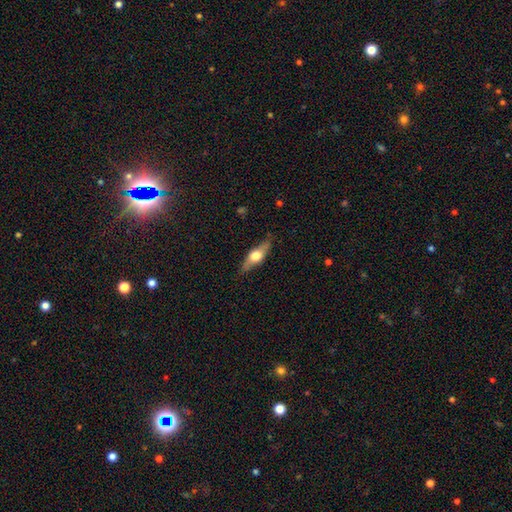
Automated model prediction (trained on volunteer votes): Smooth or featured: featured or disk — 50% (smooth — 44%)
Edge-on disk: yes — 87% (no — 13%)
Merging: none — 84% (minor disturbance — 13%)